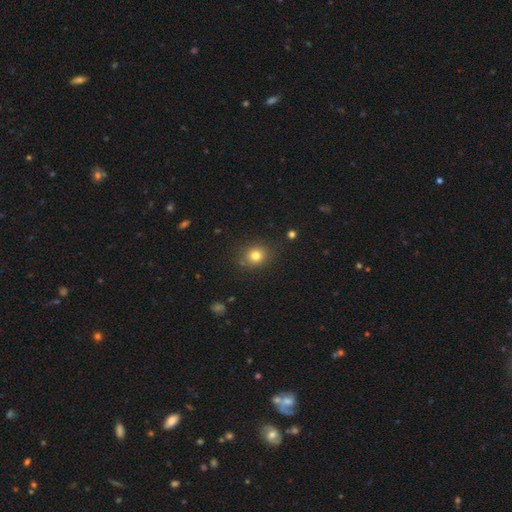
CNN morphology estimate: Smooth or featured?
  - smooth: 79% *
  - star or artifact: 13%
  - featured or disk: 8%
How rounded?
  - round: 75% *
  - in between: 24%
  - cigar-shaped: 1%
Merging?
  - none: 84% *
  - minor disturbance: 11%
  - major disturbance: 3%
  - merger: 3%